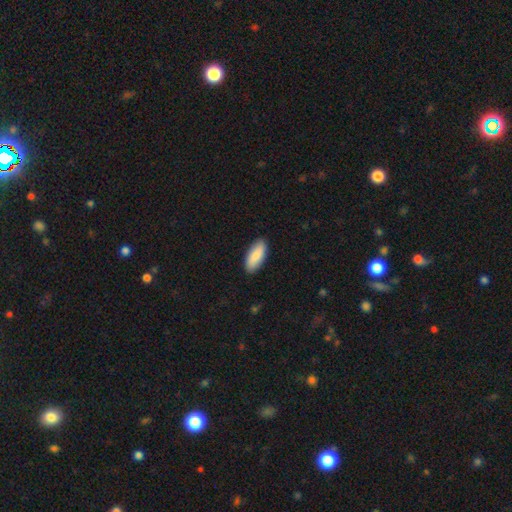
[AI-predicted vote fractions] smooth-or-featured: smooth: 87% | featured or disk: 7% | star or artifact: 5%
  how-rounded: in between: 84% | cigar-shaped: 14% | round: 2%
  merging: none: 90% | minor disturbance: 8% | major disturbance: 2% | merger: 1%